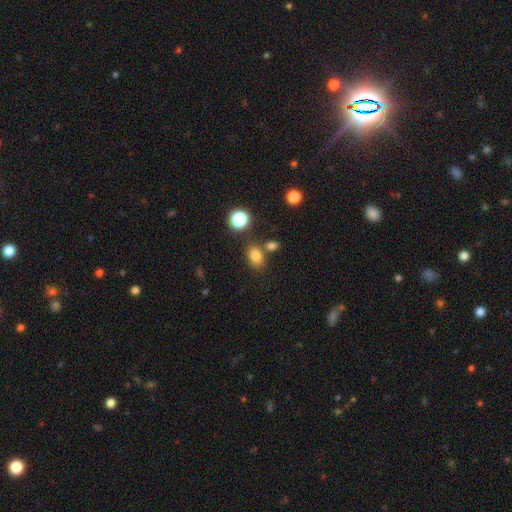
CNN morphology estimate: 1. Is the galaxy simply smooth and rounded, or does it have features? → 81% smooth, 13% star or artifact, 6% featured or disk.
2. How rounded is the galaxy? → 71% in between, 28% round, 1% cigar-shaped.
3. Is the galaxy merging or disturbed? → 70% none, 14% merger, 12% minor disturbance, 4% major disturbance.